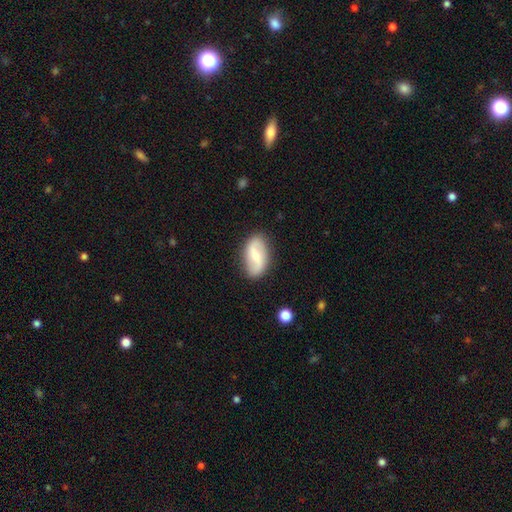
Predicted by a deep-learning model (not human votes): smooth_or_featured: featured or disk (p=0.62) [alt: smooth p=0.32]
disk_edge_on: no (p=0.96) [alt: yes p=0.04]
bar: weak (p=0.47) [alt: strong p=0.29]
has_spiral_arms: yes (p=0.88) [alt: no p=0.12]
spiral_winding: loose (p=0.71) [alt: medium p=0.21]
spiral_arm_count: 2 (p=0.91) [alt: can't tell p=0.04]
bulge_size: small (p=0.49) [alt: moderate p=0.35]
merging: none (p=0.83) [alt: minor disturbance p=0.12]